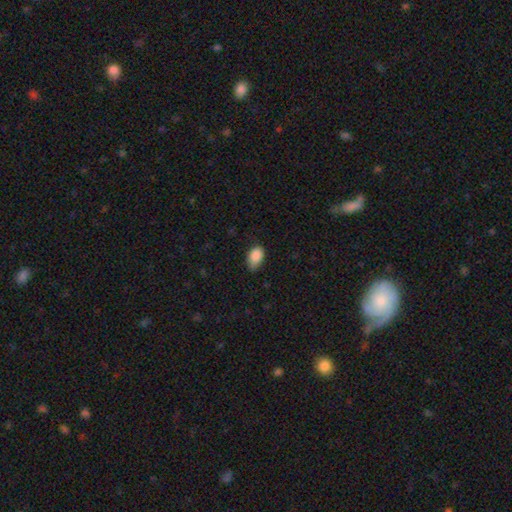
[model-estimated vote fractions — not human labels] Smooth or featured? smooth (88%)
How rounded? in between (89%)
Merging? none (61%)